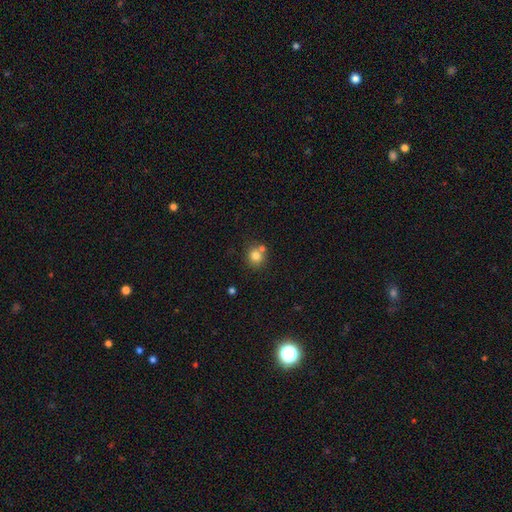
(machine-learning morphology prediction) Q: Smooth or featured?
A: smooth (80%); runner-up: star or artifact (12%)
Q: How rounded?
A: round (84%); runner-up: in between (15%)
Q: Merging?
A: none (64%); runner-up: merger (23%)